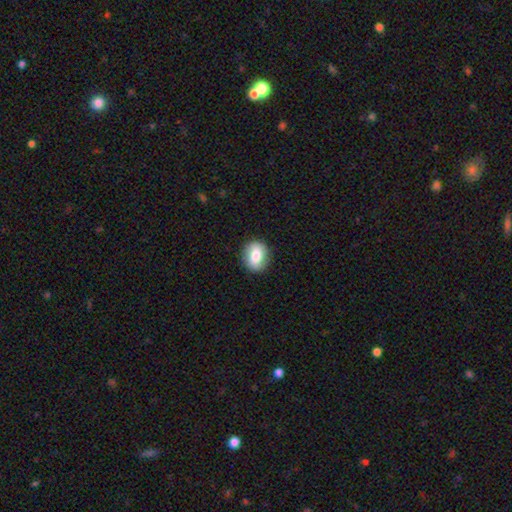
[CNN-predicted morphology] smooth_or_featured: smooth (p=0.72) [alt: featured or disk p=0.21]
how_rounded: round (p=0.56) [alt: in between p=0.43]
merging: none (p=0.88) [alt: minor disturbance p=0.09]